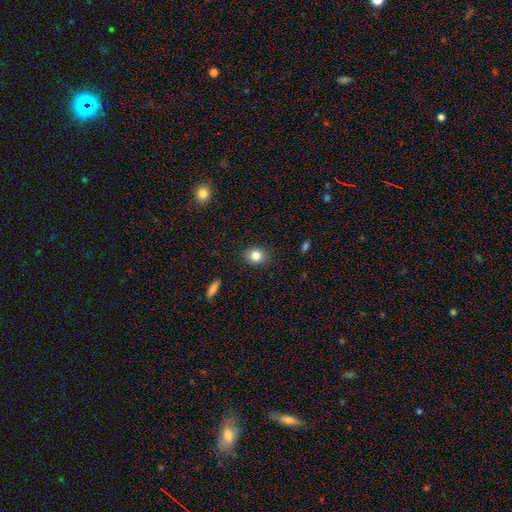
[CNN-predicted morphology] A smooth galaxy with no disk features (82%) that is round (60%).

Vote fractions:
- Smooth or featured? smooth: 82% / star or artifact: 10% / featured or disk: 8%
- How rounded? round: 60% / in between: 39% / cigar-shaped: 1%
- Merging? none: 89% / minor disturbance: 8% / major disturbance: 2% / merger: 1%